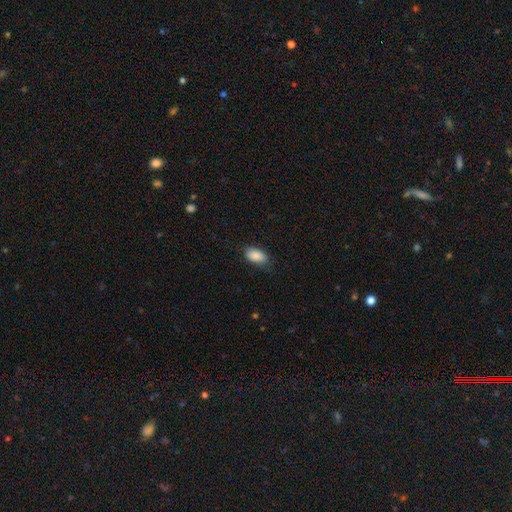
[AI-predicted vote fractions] The model was most divided on "merging": none: 78%, minor disturbance: 17%, major disturbance: 4%, merger: 1%. More confident: how rounded — in between (93%); smooth or featured — smooth (87%).